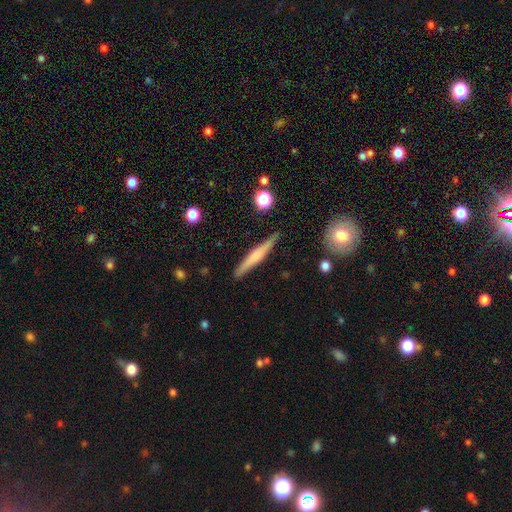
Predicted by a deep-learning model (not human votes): Morphology: type=featured or disk (50%); merging=none (88%).